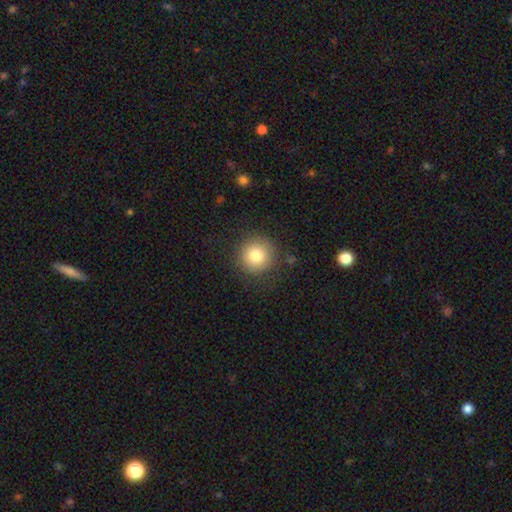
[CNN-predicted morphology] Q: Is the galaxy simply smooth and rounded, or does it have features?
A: smooth — 81%.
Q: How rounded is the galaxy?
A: round — 95%.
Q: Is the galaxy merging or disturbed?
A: none — 86%.